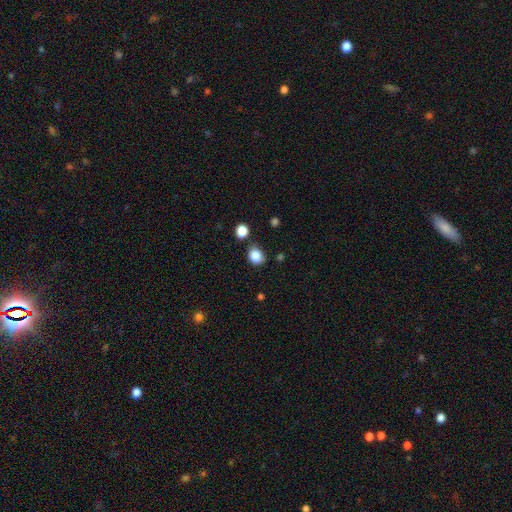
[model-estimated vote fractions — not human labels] This appears to be a smooth galaxy with no disk features (85%) that is round (64%). Merging: none (76%).